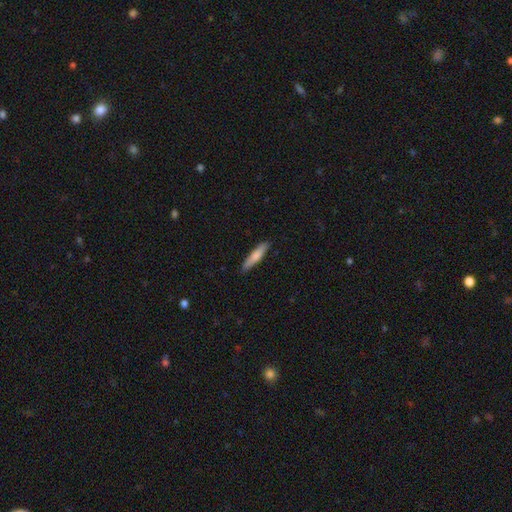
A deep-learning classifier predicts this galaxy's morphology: The model was most divided on "smooth or featured": smooth: 76%, featured or disk: 19%, star or artifact: 5%. More confident: merging — none (88%); how rounded — cigar-shaped (86%).